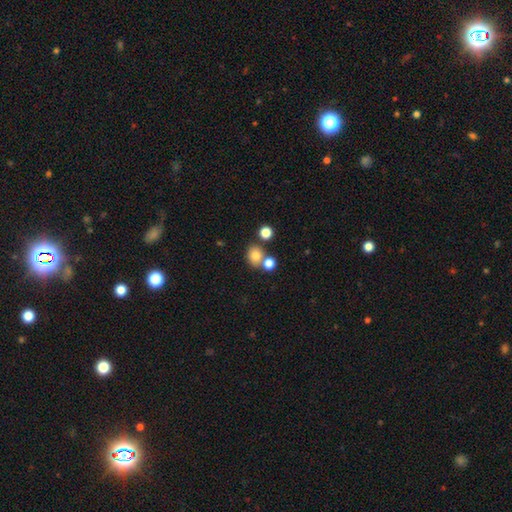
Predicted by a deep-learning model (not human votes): Q: Smooth or featured?
A: smooth (78%); runner-up: star or artifact (13%)
Q: How rounded?
A: round (70%); runner-up: in between (29%)
Q: Merging?
A: none (58%); runner-up: merger (30%)